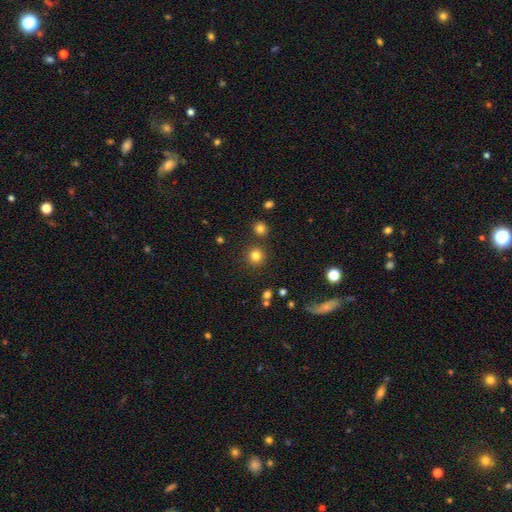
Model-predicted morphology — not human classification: Smooth or featured?
  - smooth: 81% *
  - star or artifact: 14%
  - featured or disk: 5%
How rounded?
  - round: 93% *
  - in between: 6%
  - cigar-shaped: 1%
Merging?
  - none: 86% *
  - minor disturbance: 6%
  - merger: 5%
  - major disturbance: 3%